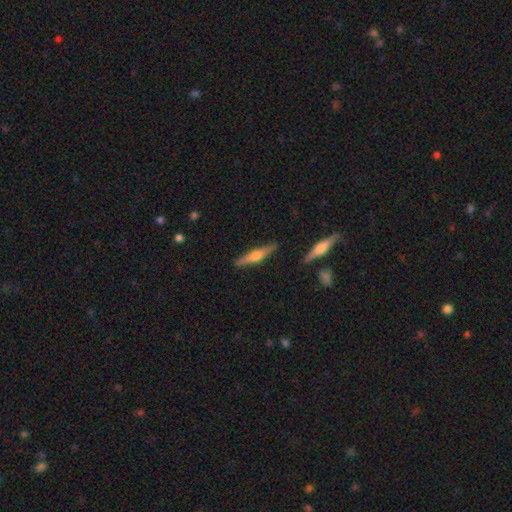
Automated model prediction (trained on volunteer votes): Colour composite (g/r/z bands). It shows a featured or disk galaxy (61%) viewed edge-on (96%) with a rounded central bulge (86%). Merging: none (87%).